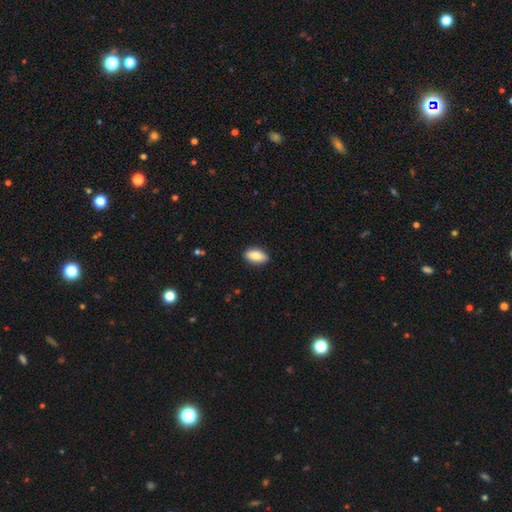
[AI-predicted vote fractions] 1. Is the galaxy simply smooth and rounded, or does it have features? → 84% smooth, 10% featured or disk, 7% star or artifact.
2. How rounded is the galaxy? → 90% in between, 6% cigar-shaped, 3% round.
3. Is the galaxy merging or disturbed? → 89% none, 9% minor disturbance, 2% major disturbance, 1% merger.